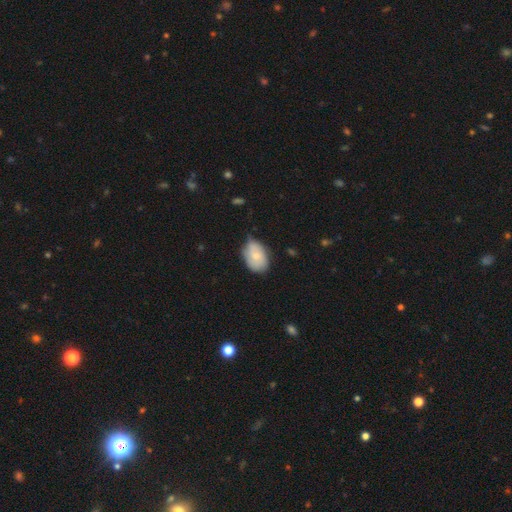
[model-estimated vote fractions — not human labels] This is likely a smooth galaxy (73%). How rounded: clearly in between (85%). Merging: possibly none (59%).